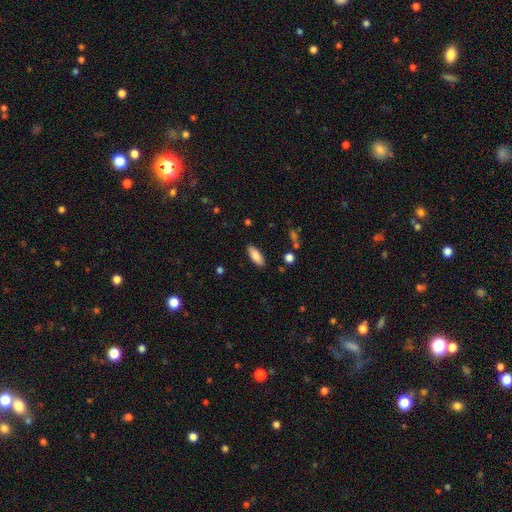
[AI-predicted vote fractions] The model was most divided on "how rounded": in between: 76%, cigar-shaped: 22%, round: 2%. More confident: merging — none (86%); smooth or featured — smooth (84%).